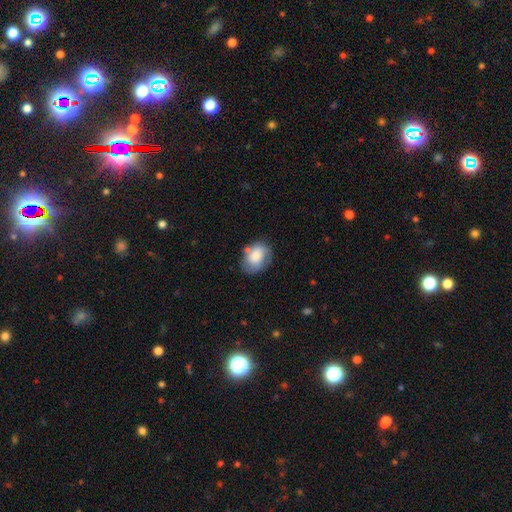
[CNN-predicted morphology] Smooth or featured: smooth — 70% (featured or disk — 22%)
How rounded: in between — 68% (round — 31%)
Merging: none — 60% (minor disturbance — 26%)